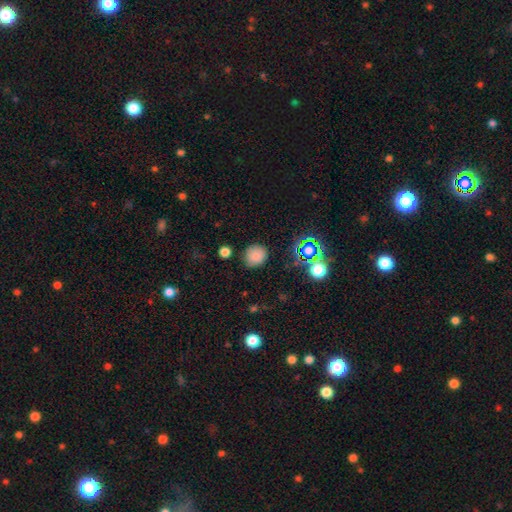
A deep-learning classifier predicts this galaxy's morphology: Smooth or featured? Predicted: smooth (p=0.81). How rounded? Predicted: round (p=0.84). Merging? Predicted: none (p=0.83).